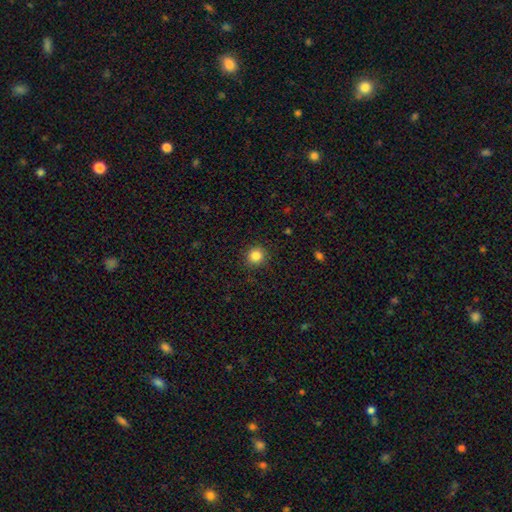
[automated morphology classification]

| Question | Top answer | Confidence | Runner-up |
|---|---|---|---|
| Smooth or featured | smooth | 85% | star or artifact (11%) |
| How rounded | round | 90% | in between (9%) |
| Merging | none | 90% | minor disturbance (7%) |